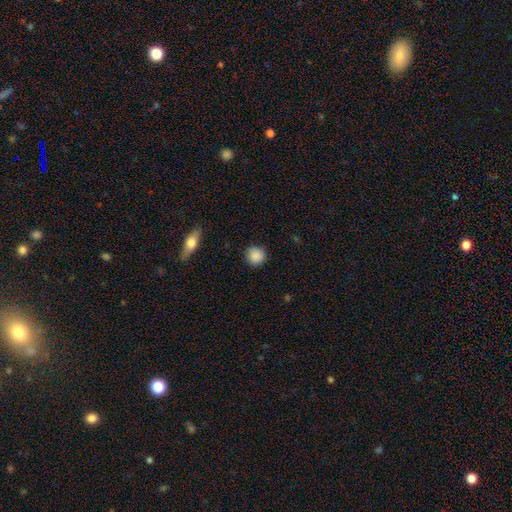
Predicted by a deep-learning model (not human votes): Smooth or featured: smooth — 88% (star or artifact — 8%)
How rounded: round — 92% (in between — 6%)
Merging: none — 90% (minor disturbance — 7%)